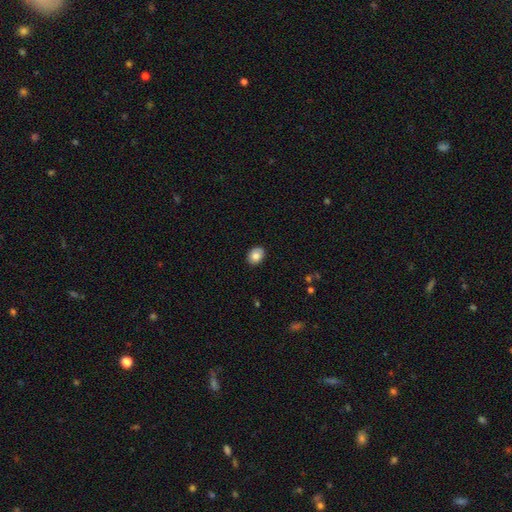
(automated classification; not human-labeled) Morphology: type=smooth (82%); roundness=in between (66%); merging=none (87%).